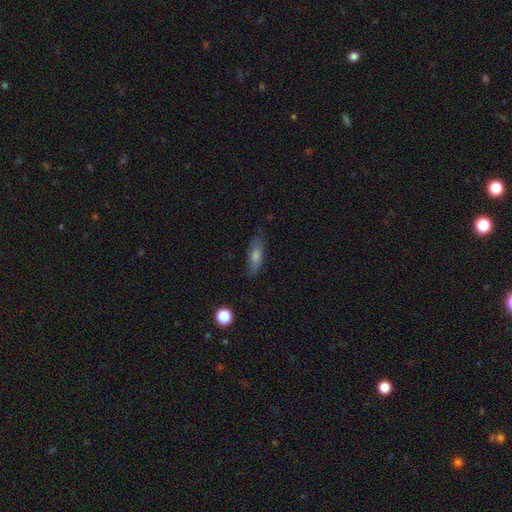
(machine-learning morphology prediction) This appears to be a smooth galaxy with no disk features (60%) that is in between round and cigar-shaped (55%). Merging: none (79%).